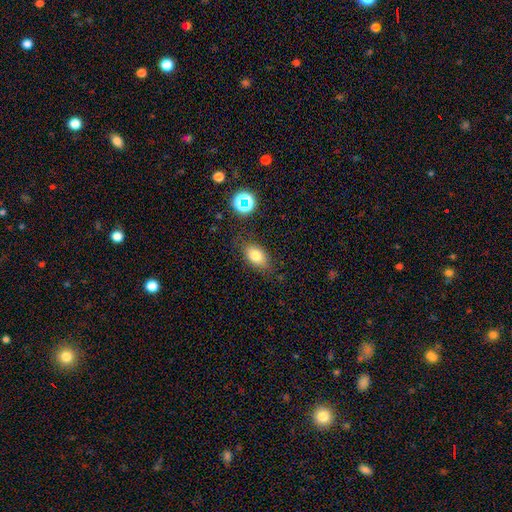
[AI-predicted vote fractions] The model was most divided on "merging": none: 77%, minor disturbance: 16%, major disturbance: 5%, merger: 3%. More confident: how rounded — in between (84%); smooth or featured — smooth (77%).